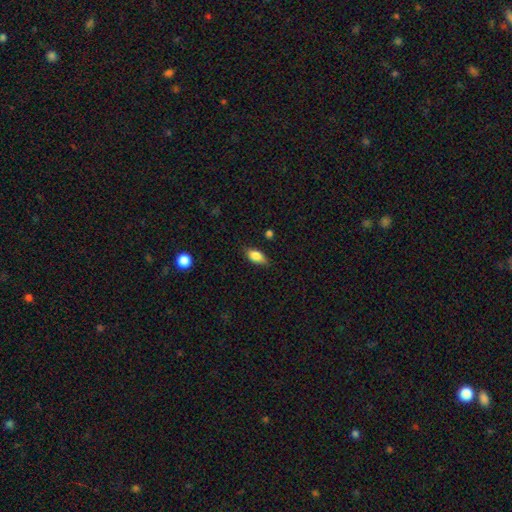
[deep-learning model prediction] This appears to be a smooth galaxy with no disk features (79%) that is in between round and cigar-shaped (85%). Merging: none (74%).